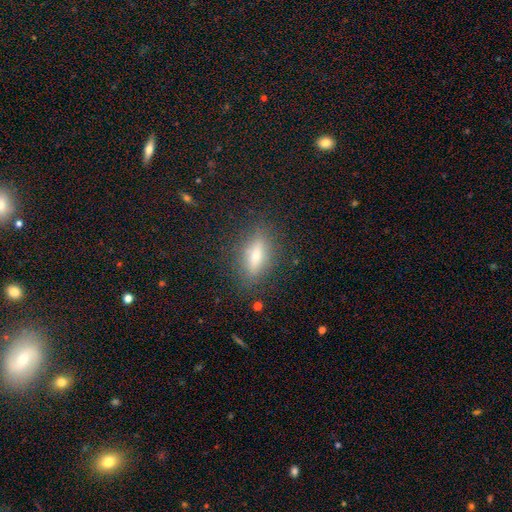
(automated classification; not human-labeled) Q: Smooth or featured?
A: smooth (49%); runner-up: featured or disk (40%)
Q: Merging?
A: none (85%); runner-up: minor disturbance (10%)